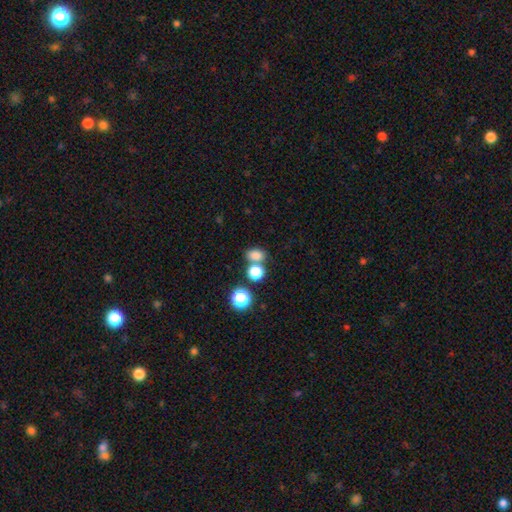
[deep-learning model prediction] Smooth or featured? smooth (80%)
How rounded? in between (61%)
Merging? none (57%)